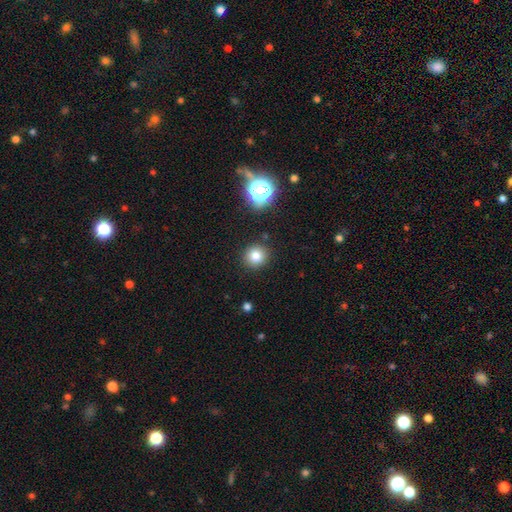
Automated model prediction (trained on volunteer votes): A smooth galaxy with no disk features (79%) that is round (91%).

Vote fractions:
- Smooth or featured? smooth: 79% / star or artifact: 14% / featured or disk: 7%
- How rounded? round: 91% / in between: 8% / cigar-shaped: 1%
- Merging? none: 89% / minor disturbance: 7% / major disturbance: 2% / merger: 2%